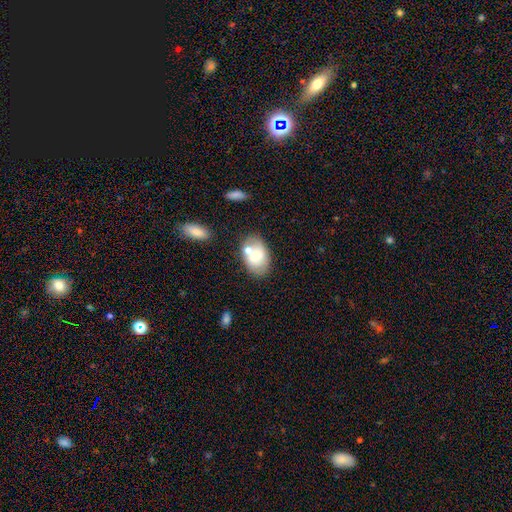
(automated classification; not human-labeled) This is likely a smooth galaxy (63%). How rounded: clearly in between (82%). Merging: possibly none (55%).